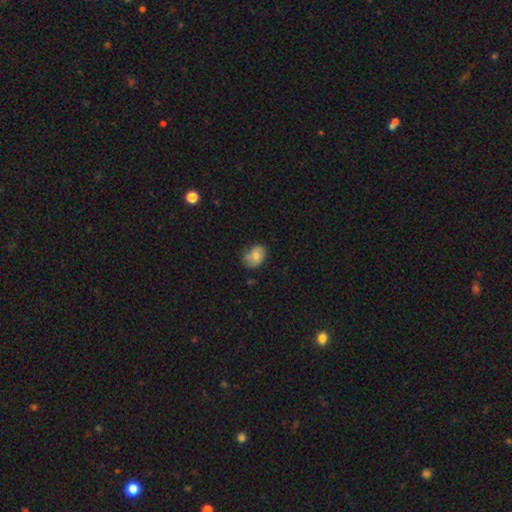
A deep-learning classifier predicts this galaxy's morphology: Smooth or featured? smooth (71%)
How rounded? in between (70%)
Merging? none (60%)